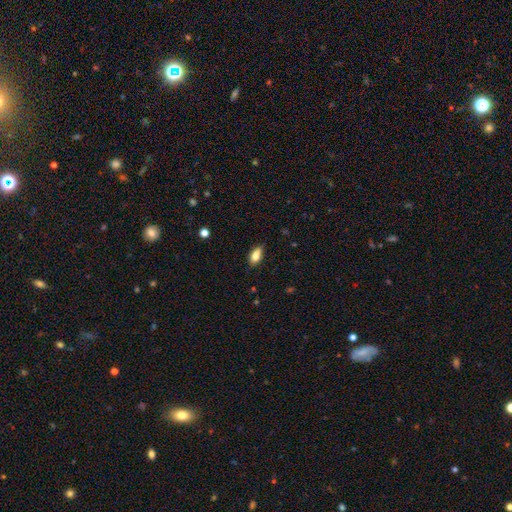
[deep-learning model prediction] Morphology: type=smooth (84%); roundness=in between (88%); merging=none (72%).